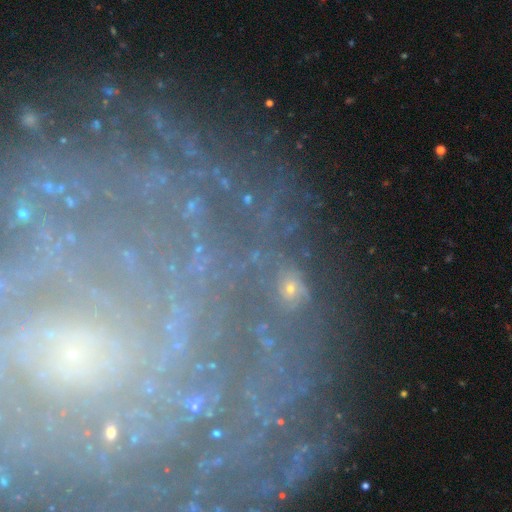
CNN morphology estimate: A featured or disk galaxy (68%) with no bar (64%), tight (78%) spiral arms (87%) and a small central bulge (68%). Merging: none (73%).